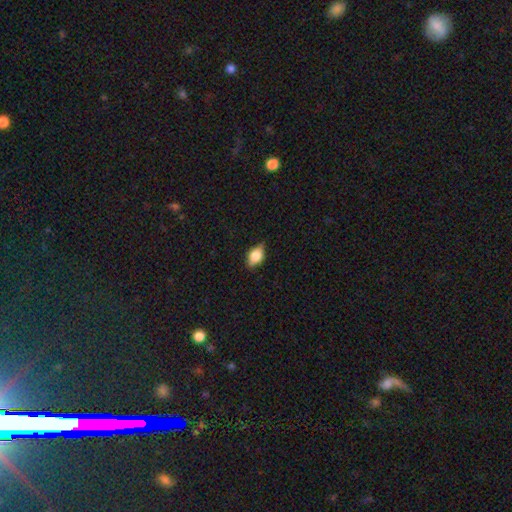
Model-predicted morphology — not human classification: The model was most divided on "smooth or featured": smooth: 68%, featured or disk: 23%, star or artifact: 9%. More confident: how rounded — in between (81%); merging — none (79%).